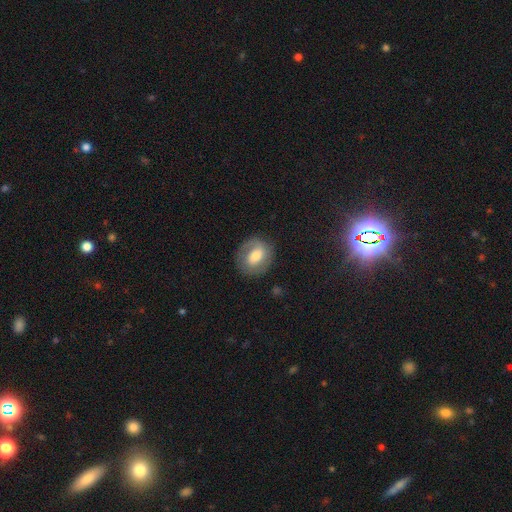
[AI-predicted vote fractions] Morphology: type=smooth (49%); merging=none (78%).